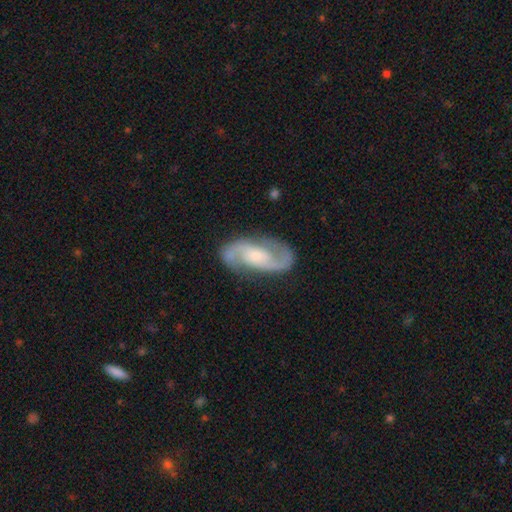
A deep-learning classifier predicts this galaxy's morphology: This appears to be a featured or disk galaxy (89%) with no bar (45%), 2 (94%) medium (54%) spiral arms (98%) and a moderate central bulge (42%). Merging: none (83%).